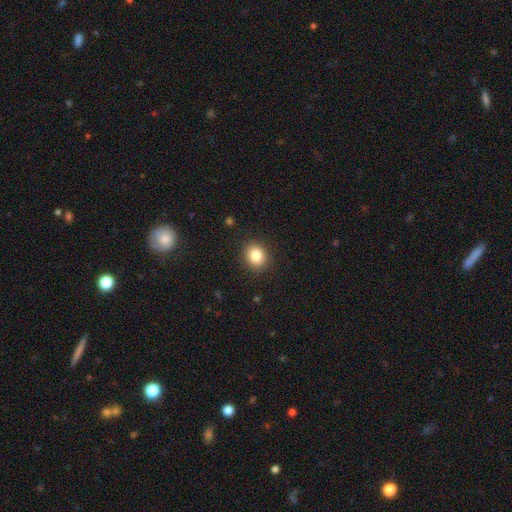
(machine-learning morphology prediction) Smooth or featured? Predicted: smooth (p=0.84). How rounded? Predicted: round (p=0.72). Merging? Predicted: none (p=0.90).